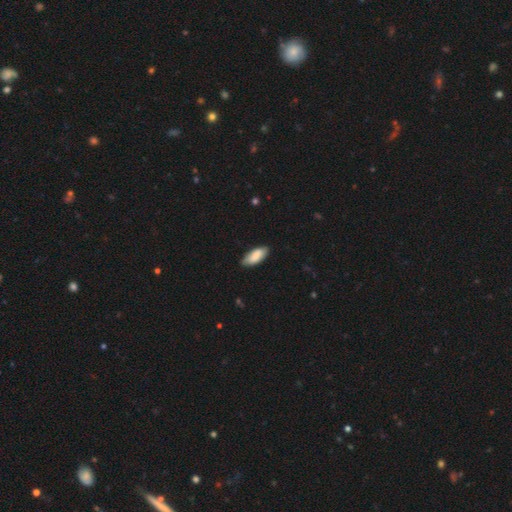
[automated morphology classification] smooth_or_featured: smooth (p=0.84) [alt: featured or disk p=0.10]
how_rounded: in between (p=0.82) [alt: cigar-shaped p=0.16]
merging: none (p=0.81) [alt: minor disturbance p=0.15]